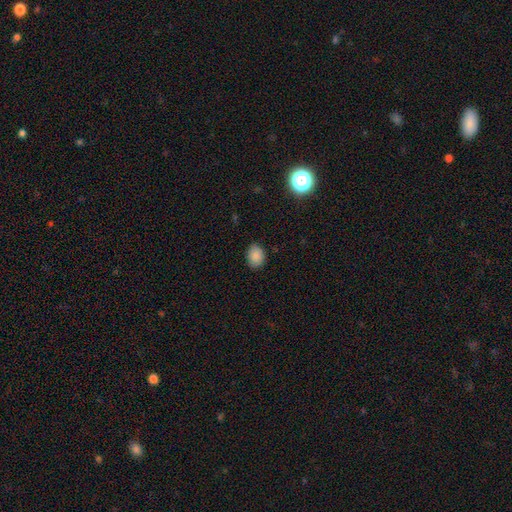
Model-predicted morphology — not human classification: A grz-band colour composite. It shows a smooth galaxy with no disk features (87%) that is in between round and cigar-shaped (67%). Merging: none (84%).